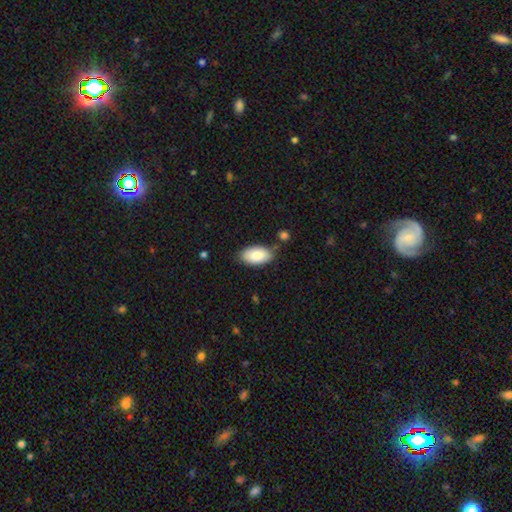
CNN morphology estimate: Smooth or featured? Predicted: smooth (p=0.86). How rounded? Predicted: in between (p=0.95). Merging? Predicted: none (p=0.80).